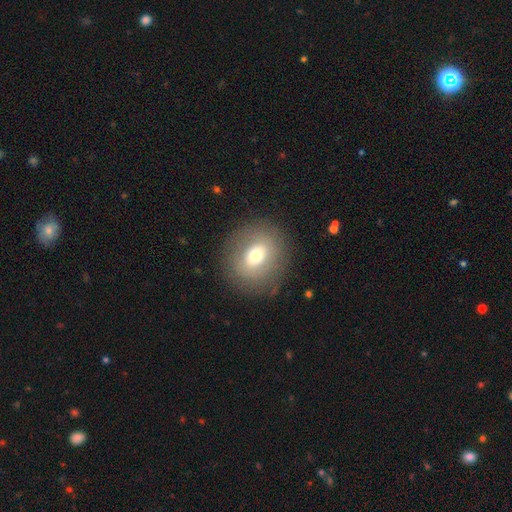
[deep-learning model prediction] Smooth or featured? smooth (63%)
How rounded? round (72%)
Merging? none (84%)